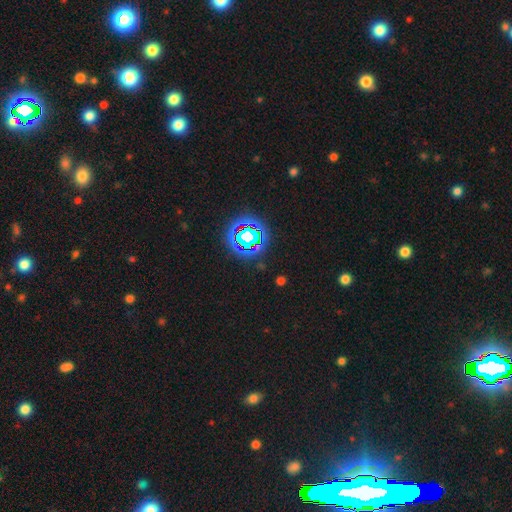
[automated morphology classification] The model was most divided on "smooth or featured": star or artifact: 79%, smooth: 13%, featured or disk: 8%.